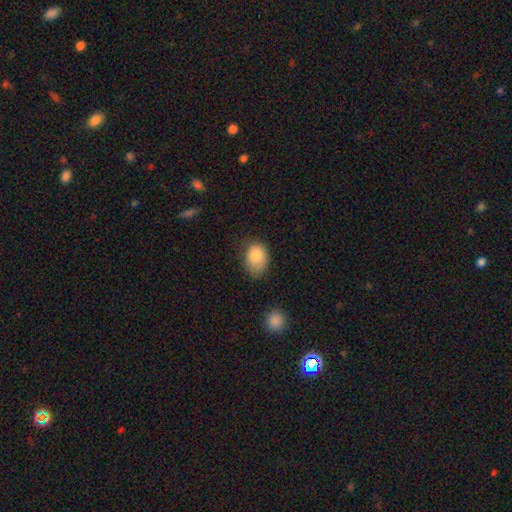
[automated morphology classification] Overall: smooth (84%). How rounded: in between (72%). Merging: none (57%; minor disturbance 33%).